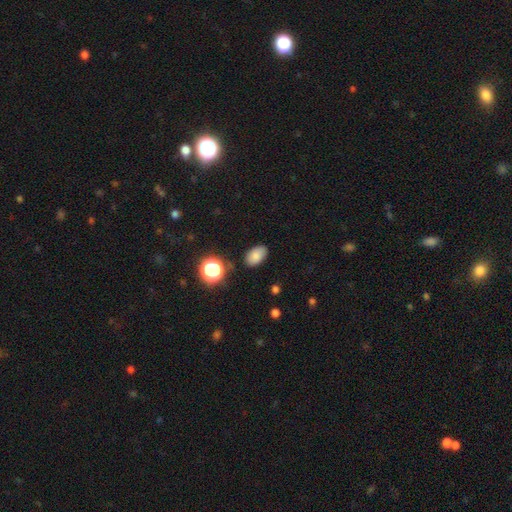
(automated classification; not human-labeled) A smooth galaxy with no disk features (81%) that is in between round and cigar-shaped (89%).

Vote fractions:
- Smooth or featured? smooth: 81% / star or artifact: 12% / featured or disk: 6%
- How rounded? in between: 89% / round: 10% / cigar-shaped: 1%
- Merging? none: 82% / minor disturbance: 12% / major disturbance: 3% / merger: 2%